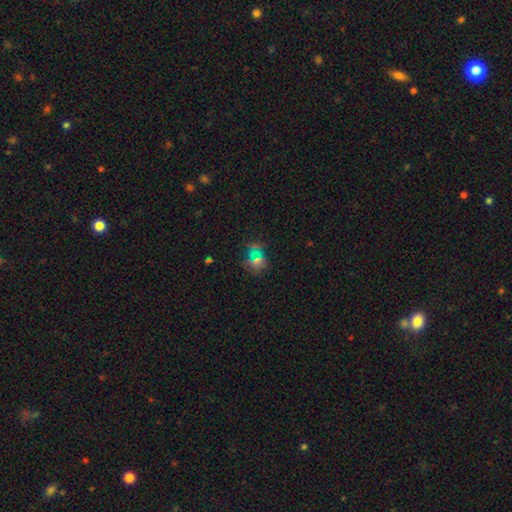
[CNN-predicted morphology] This is possibly a smooth galaxy (55%). How rounded: likely round (65%). Merging: likely none (72%).